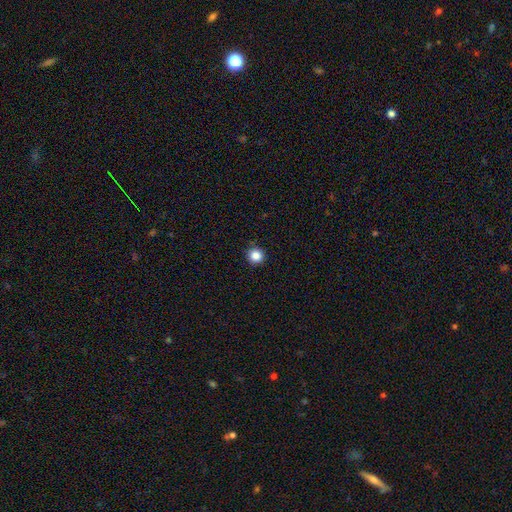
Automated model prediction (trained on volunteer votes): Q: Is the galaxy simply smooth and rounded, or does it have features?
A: smooth — 85%.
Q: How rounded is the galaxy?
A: round — 95%.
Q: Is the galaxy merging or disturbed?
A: none — 92%.